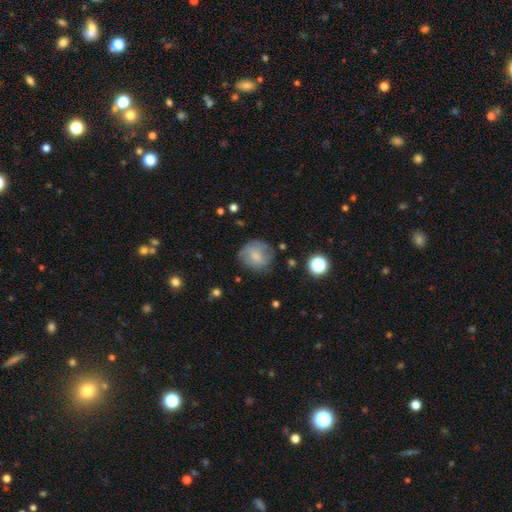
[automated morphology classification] This appears to be a smooth galaxy with no disk features (67%) that is round (82%). Merging: none (68%).